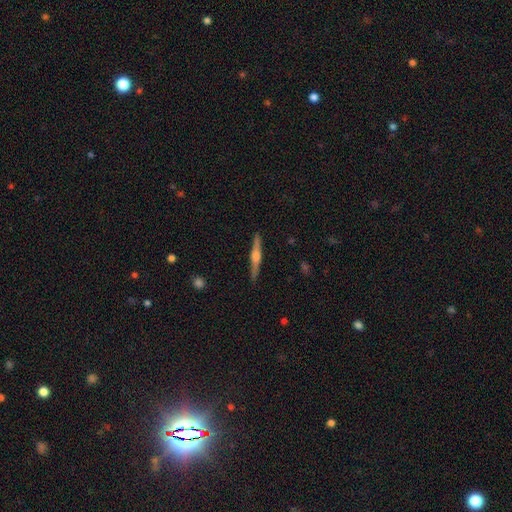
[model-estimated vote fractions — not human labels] smooth_or_featured: featured or disk (p=0.78) [alt: smooth p=0.16]
disk_edge_on: yes (p=0.98) [alt: no p=0.02]
edge_on_bulge: rounded (p=0.75) [alt: boxy p=0.17]
merging: none (p=0.91) [alt: minor disturbance p=0.06]